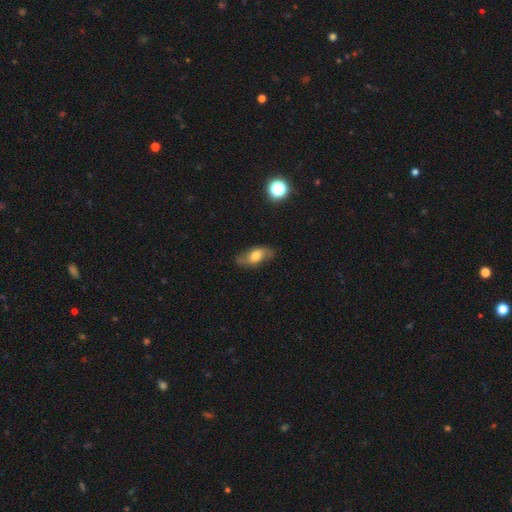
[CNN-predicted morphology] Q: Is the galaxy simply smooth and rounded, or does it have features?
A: featured or disk — 47%.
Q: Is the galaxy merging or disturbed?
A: none — 75%.